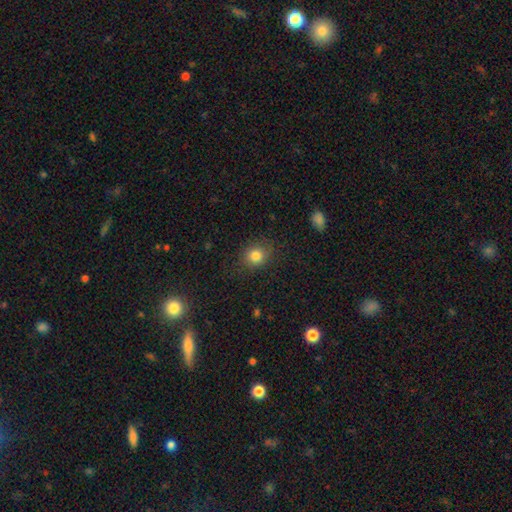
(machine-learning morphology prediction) Overall: smooth (82%). How rounded: round (75%). Merging: none (83%).